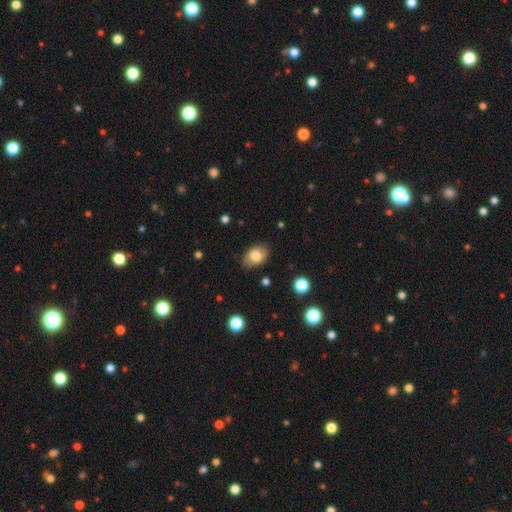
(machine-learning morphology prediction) This is clearly a smooth galaxy (81%). How rounded: likely in between (80%). Merging: clearly none (83%).